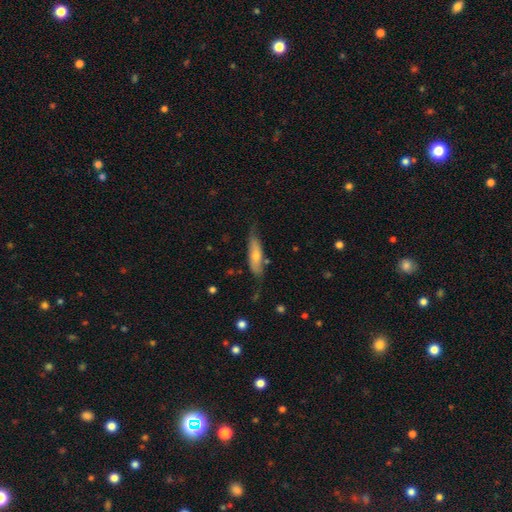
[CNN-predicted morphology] The model was most divided on "smooth or featured": smooth: 53%, featured or disk: 41%, star or artifact: 6%. More confident: merging — none (67%); how rounded — cigar-shaped (63%).